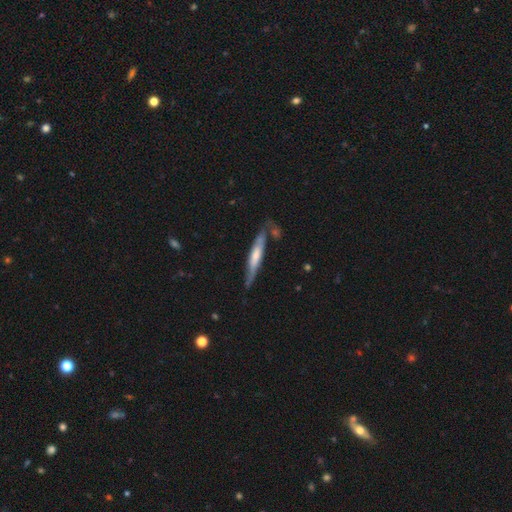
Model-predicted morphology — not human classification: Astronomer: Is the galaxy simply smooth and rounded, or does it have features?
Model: featured or disk — 53% (runner-up: smooth, 42%).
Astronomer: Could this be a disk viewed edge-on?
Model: yes — 76%.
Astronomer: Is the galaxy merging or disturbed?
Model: none — 64%.